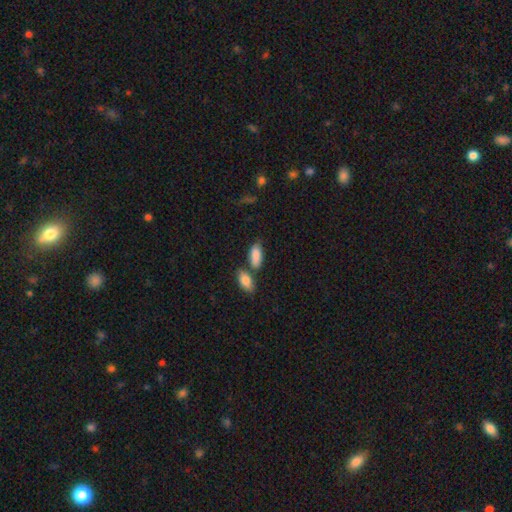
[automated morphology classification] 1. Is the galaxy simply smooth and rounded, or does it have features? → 88% smooth, 6% star or artifact, 6% featured or disk.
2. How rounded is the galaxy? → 89% in between, 8% cigar-shaped, 3% round.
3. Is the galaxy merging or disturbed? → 54% none, 26% merger, 15% minor disturbance, 5% major disturbance.